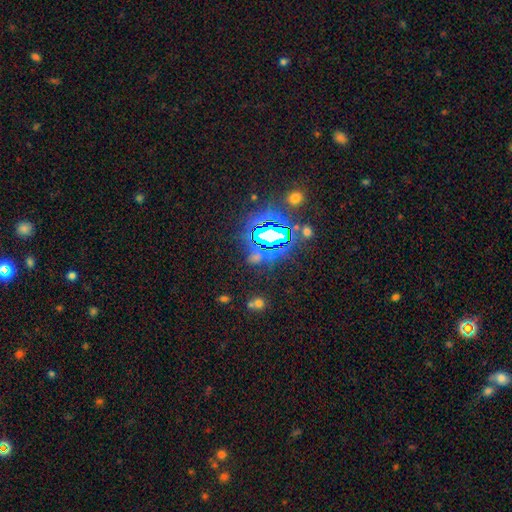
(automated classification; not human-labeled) Overall: star or artifact (73%).